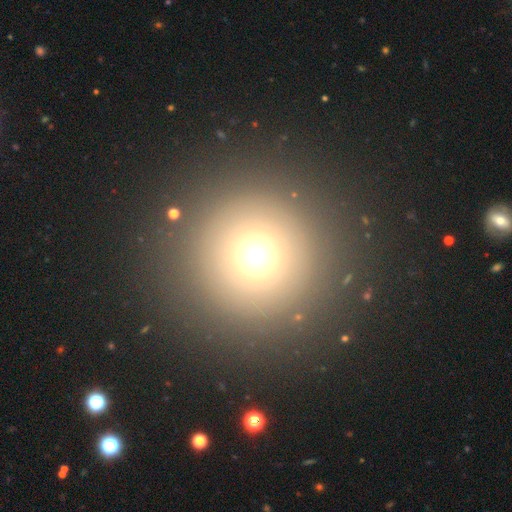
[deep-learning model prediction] Smooth or featured? smooth (67%)
How rounded? round (96%)
Merging? none (90%)